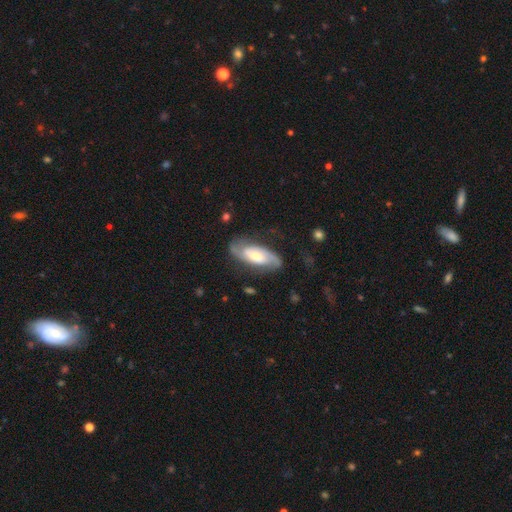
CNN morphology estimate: smooth-or-featured: featured or disk: 73% | smooth: 21% | star or artifact: 6%
  disk-edge-on: no: 90% | yes: 10%
    bar: no: 47% | weak: 38% | strong: 16%
    has-spiral-arms: yes: 91% | no: 9%
      spiral-winding: medium: 44% | tight: 35% | loose: 21%
      spiral-arm-count: 2: 82% | can't tell: 11% | 1: 3% | 3: 2% | 4: 1% | more than 4: 1%
    bulge-size: moderate: 60% | small: 21% | large: 15% | none: 2% | dominant: 2%
  merging: none: 74% | minor disturbance: 17% | major disturbance: 7% | merger: 2%